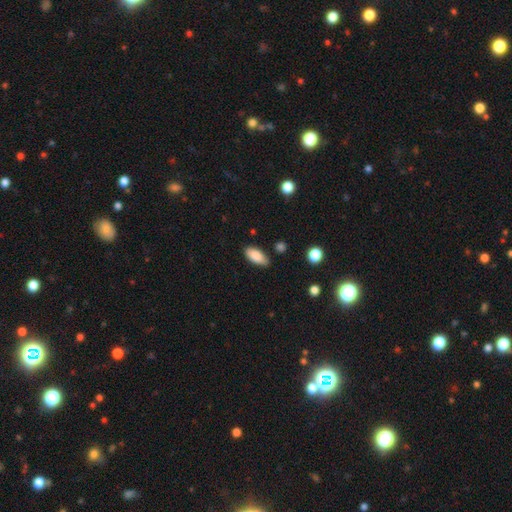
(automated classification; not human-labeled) Smooth or featured? Predicted: smooth (p=0.86). How rounded? Predicted: in between (p=0.88). Merging? Predicted: none (p=0.75).